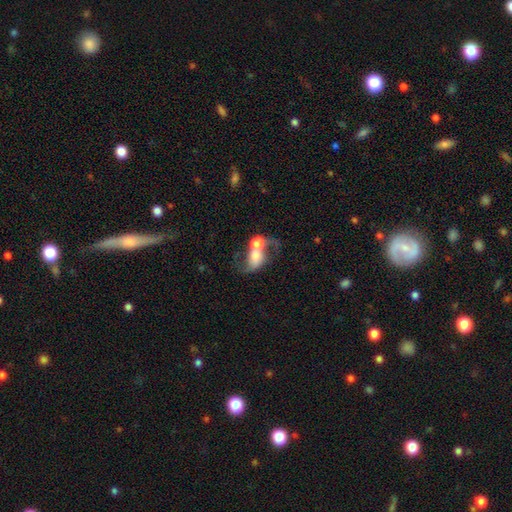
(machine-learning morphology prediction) Smooth or featured? featured or disk (60%)
Edge-on disk? no (96%)
Bar? no (65%)
Spiral arms? yes (75%)
Bulge size? moderate (38%)
Merging? merger (70%)